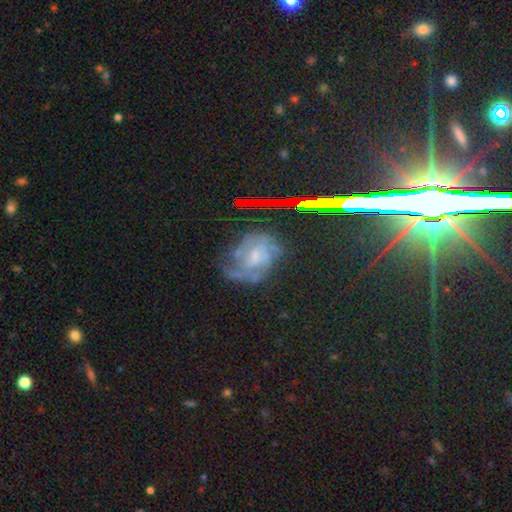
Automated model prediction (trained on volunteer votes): A featured or disk galaxy (59%) with no bar (54%), spiral arms (86%) and a small central bulge (52%).

Vote fractions:
- Smooth or featured? featured or disk: 59% / star or artifact: 23% / smooth: 18%
- Edge-on disk? no: 96% / yes: 4%
- Bar? no: 54% / weak: 37% / strong: 9%
- Spiral arms? yes: 86% / no: 14%
- Bulge size? small: 52% / moderate: 29% / none: 14% / large: 3% / dominant: 2%
- Merging? none: 61% / minor disturbance: 21% / major disturbance: 15% / merger: 3%